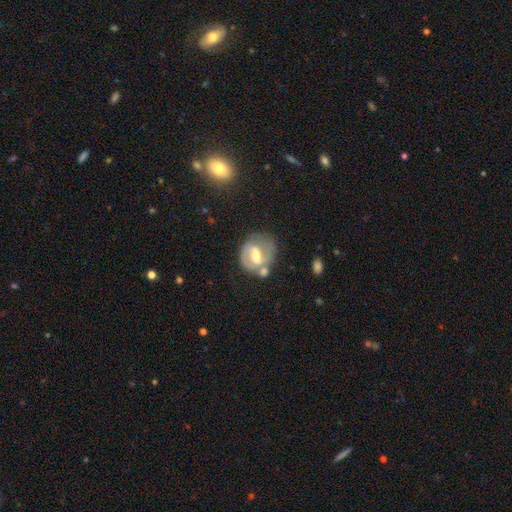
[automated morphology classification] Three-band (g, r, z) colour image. It shows a featured or disk galaxy (69%) with a weak bar (48%), spiral arms (71%) and a moderate central bulge (62%). Merging: none (49%).